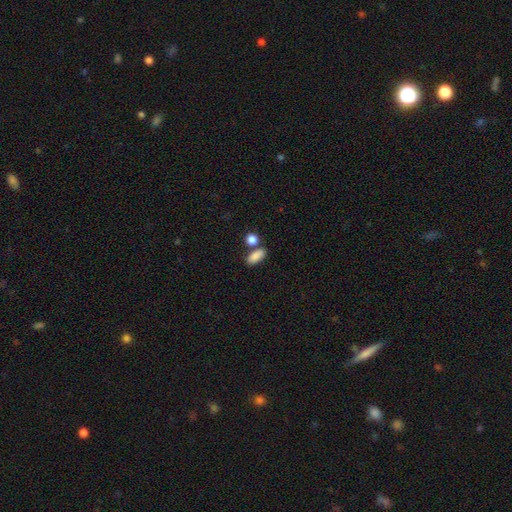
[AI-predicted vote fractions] A smooth galaxy with no disk features (86%) that is in between round and cigar-shaped (86%).

Vote fractions:
- Smooth or featured? smooth: 86% / star or artifact: 8% / featured or disk: 6%
- How rounded? in between: 86% / round: 8% / cigar-shaped: 6%
- Merging? none: 60% / merger: 24% / minor disturbance: 12% / major disturbance: 4%